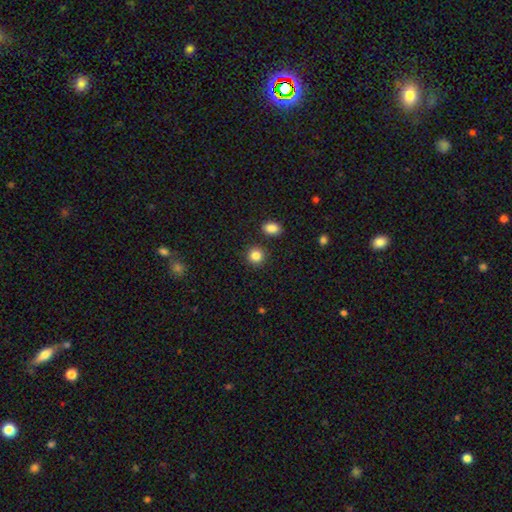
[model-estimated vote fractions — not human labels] Overall: smooth (86%). How rounded: round (90%). Merging: none (88%).